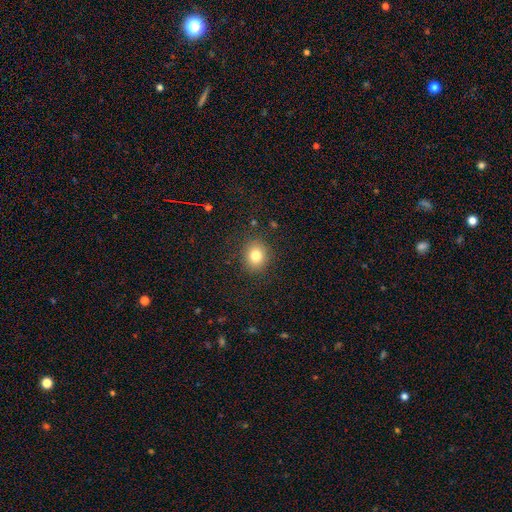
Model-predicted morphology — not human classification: This is clearly a smooth galaxy (80%). How rounded: likely round (75%). Merging: clearly none (88%).